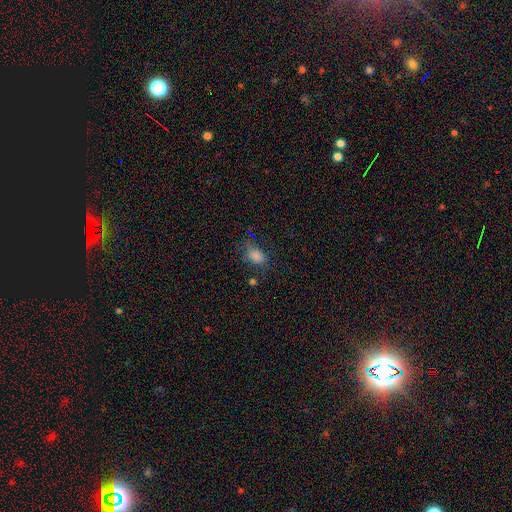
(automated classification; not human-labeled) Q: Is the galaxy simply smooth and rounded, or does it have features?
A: smooth — 79%.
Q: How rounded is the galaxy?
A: in between — 81%.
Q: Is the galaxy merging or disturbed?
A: none — 60%.